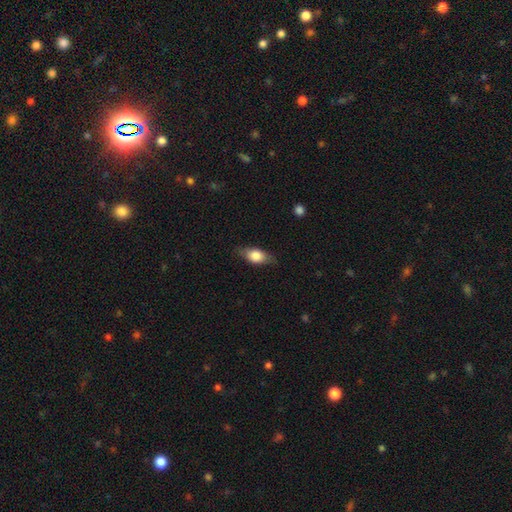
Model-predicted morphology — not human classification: smooth 70%, featured or disk 23%, star or artifact 7%. Down the decision tree: how rounded — in between (80%); merging — none (80%).